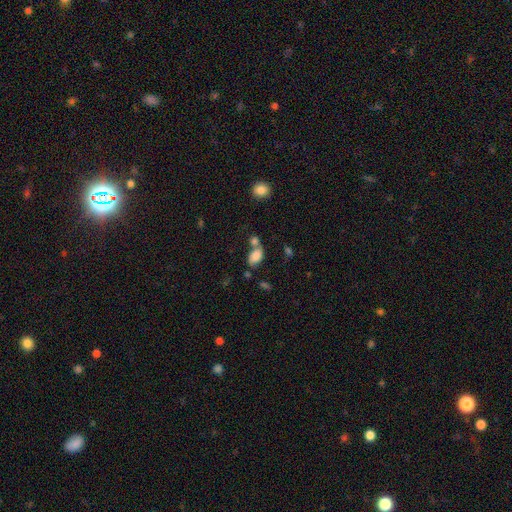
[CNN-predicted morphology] A smooth galaxy with no disk features (82%) that is in between round and cigar-shaped (89%).

Vote fractions:
- Smooth or featured? smooth: 82% / star or artifact: 10% / featured or disk: 8%
- How rounded? in between: 89% / round: 9% / cigar-shaped: 2%
- Merging? none: 41% / merger: 39% / minor disturbance: 14% / major disturbance: 6%